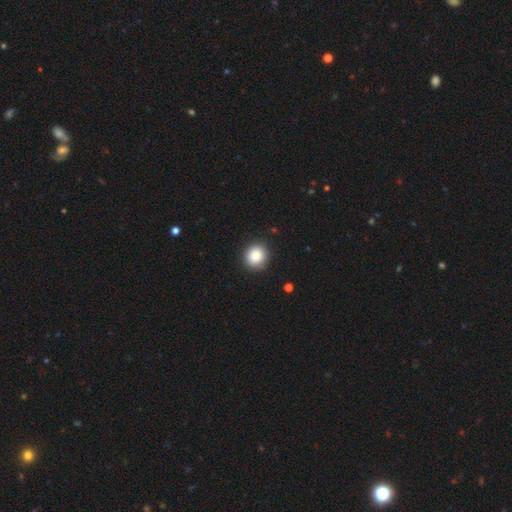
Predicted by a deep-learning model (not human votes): This is clearly a smooth galaxy (83%). How rounded: clearly round (89%). Merging: clearly none (88%).